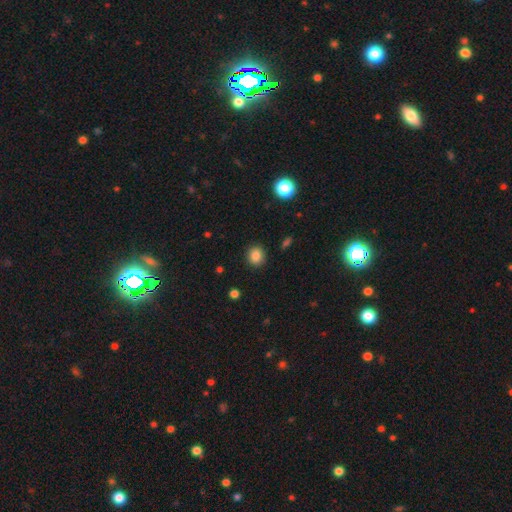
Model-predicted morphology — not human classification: A smooth galaxy with no disk features (85%) that is round (82%). Merging: none (90%).